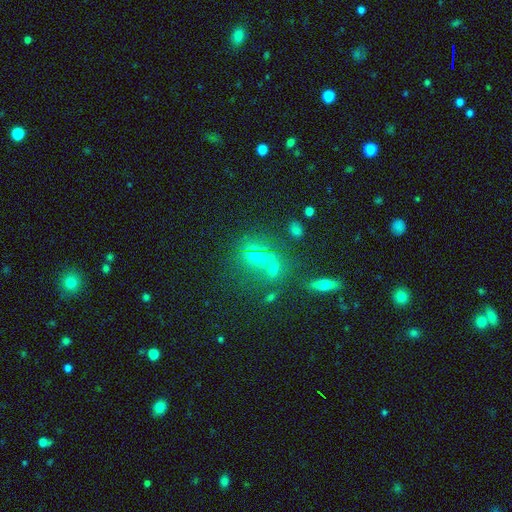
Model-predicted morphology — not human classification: The model was most divided on "merging" (2-way tie): merger: 41%, none: 41%, minor disturbance: 10%, major disturbance: 7%. Remaining: smooth or featured — smooth (47%).